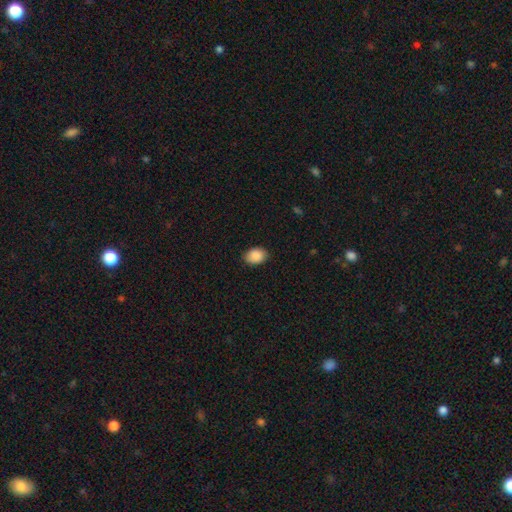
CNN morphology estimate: A smooth galaxy with no disk features (90%) that is in between round and cigar-shaped (76%).

Vote fractions:
- Smooth or featured? smooth: 90% / star or artifact: 7% / featured or disk: 3%
- How rounded? in between: 76% / round: 23% / cigar-shaped: 1%
- Merging? none: 87% / minor disturbance: 10% / major disturbance: 2% / merger: 1%